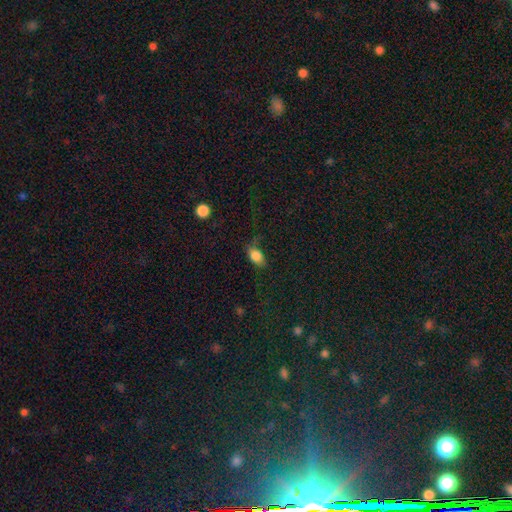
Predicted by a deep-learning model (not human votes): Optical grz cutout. It shows a smooth galaxy with no disk features (84%) that is in between round and cigar-shaped (83%). Merging: none (59%).